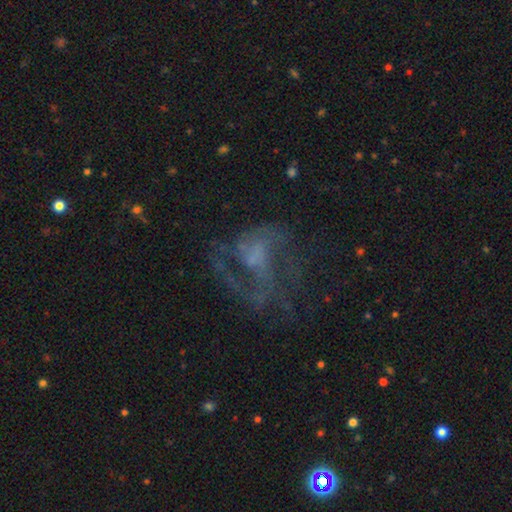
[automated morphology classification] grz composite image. It shows a featured or disk galaxy (68%) with no bar (60%), spiral arms (70%) and no central bulge (47%). Merging: none (42%).